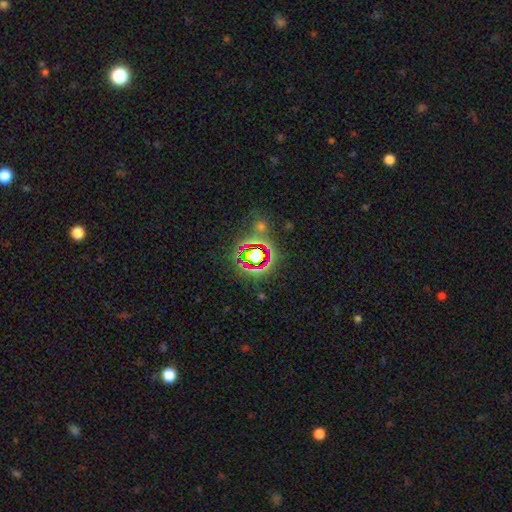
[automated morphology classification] smooth_or_featured: star or artifact (p=0.68) [alt: smooth p=0.20]